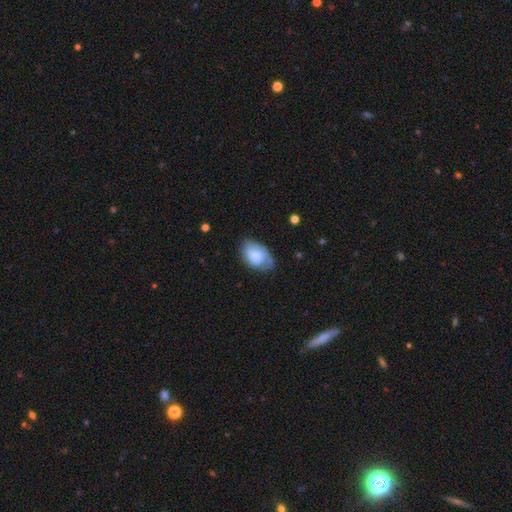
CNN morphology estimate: smooth-or-featured: smooth: 64% | featured or disk: 29% | star or artifact: 7%
  how-rounded: in between: 86% | round: 13% | cigar-shaped: 1%
  merging: none: 55% | minor disturbance: 32% | major disturbance: 11% | merger: 2%